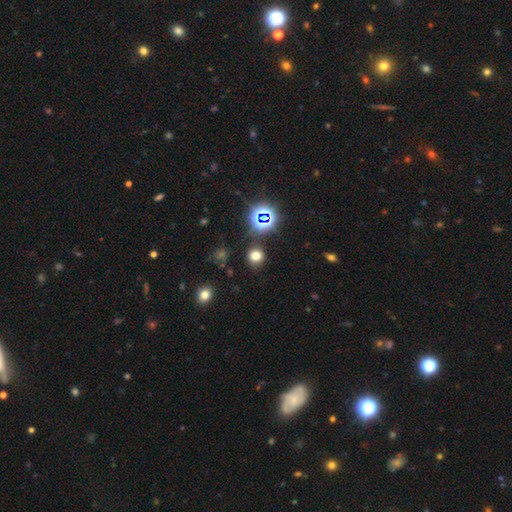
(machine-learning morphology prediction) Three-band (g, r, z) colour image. It shows a smooth galaxy with no disk features (69%) that is round (85%). Merging: none (86%).